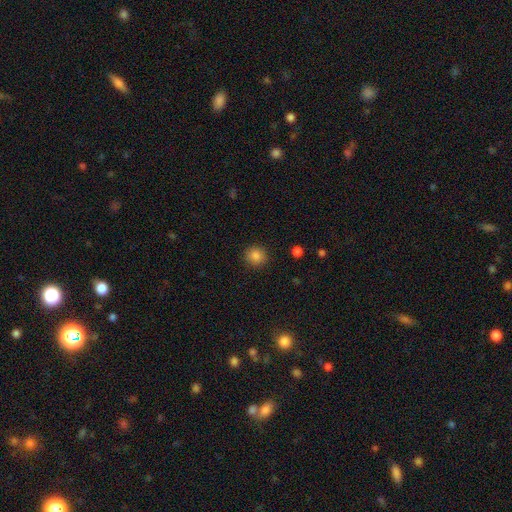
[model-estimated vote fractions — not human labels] smooth-or-featured: smooth: 85% | star or artifact: 11% | featured or disk: 4%
  how-rounded: round: 88% | in between: 11% | cigar-shaped: 1%
  merging: none: 90% | minor disturbance: 7% | major disturbance: 2% | merger: 1%